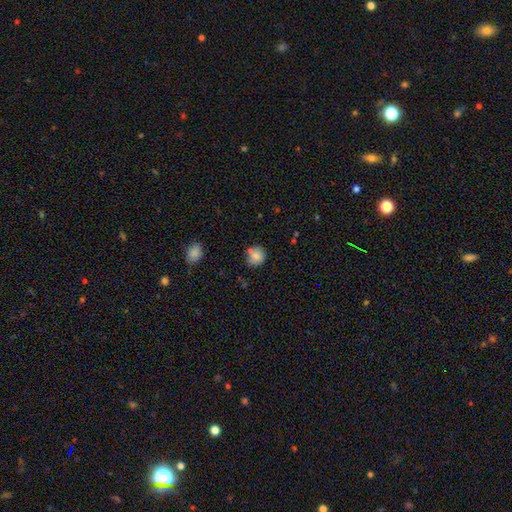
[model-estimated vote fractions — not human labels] Morphology: type=smooth (83%); roundness=round (85%); merging=none (69%).